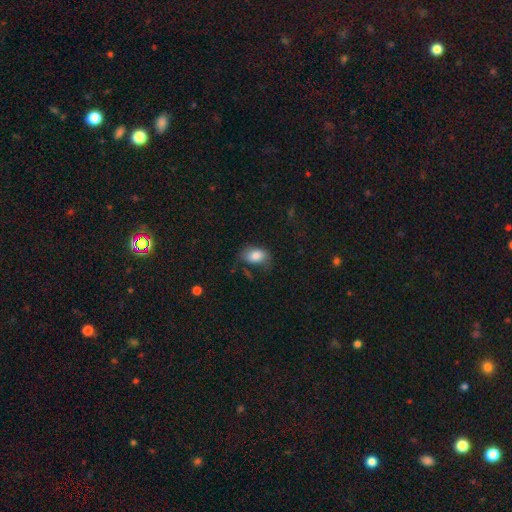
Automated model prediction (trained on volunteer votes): This is clearly a smooth galaxy (82%). How rounded: clearly in between (88%). Merging: possibly none (58%).